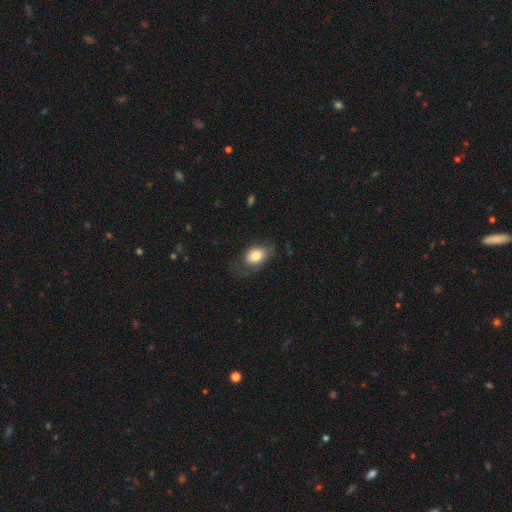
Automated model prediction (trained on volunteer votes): The model was most divided on "merging": none: 56%, minor disturbance: 27%, major disturbance: 15%, merger: 1%. More confident: how rounded — in between (78%); smooth or featured — smooth (78%).